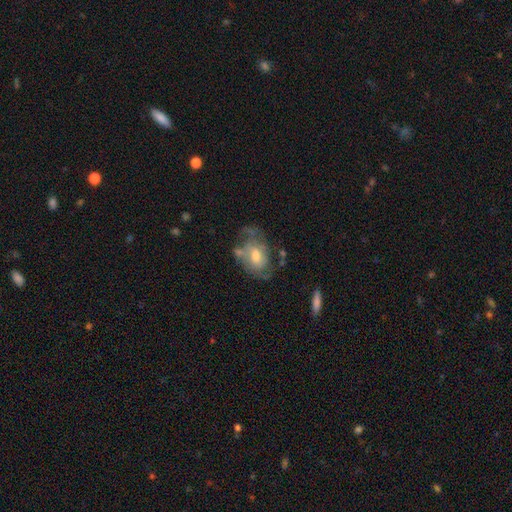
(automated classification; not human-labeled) This is likely a featured or disk galaxy (68%). It is clearly not viewed edge-on (96%). Bar: possibly no (57%). Spiral arm pattern: likely yes (75%). Central bulge: likely moderate (63%). Merging: possibly none (49%).